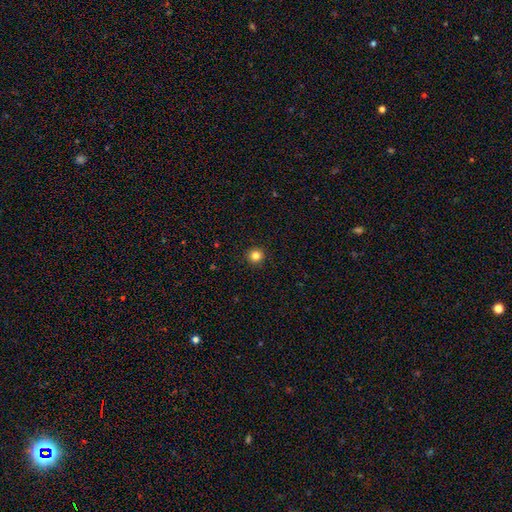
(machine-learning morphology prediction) The model was most divided on "smooth or featured": smooth: 83%, star or artifact: 12%, featured or disk: 5%. More confident: how rounded — round (95%); merging — none (93%).